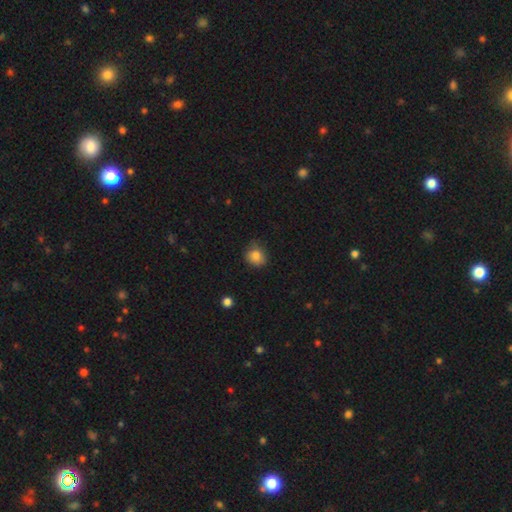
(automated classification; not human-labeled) Smooth or featured?
  - smooth: 84% *
  - star or artifact: 10%
  - featured or disk: 6%
How rounded?
  - round: 75% *
  - in between: 24%
  - cigar-shaped: 1%
Merging?
  - none: 70% *
  - minor disturbance: 24%
  - major disturbance: 5%
  - merger: 1%